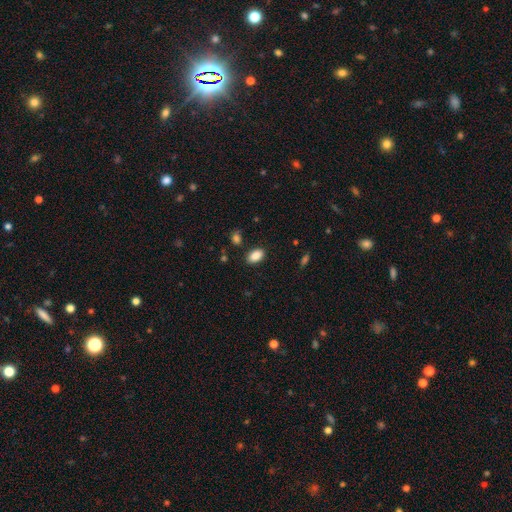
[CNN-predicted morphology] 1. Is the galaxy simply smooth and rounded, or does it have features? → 88% smooth, 8% star or artifact, 4% featured or disk.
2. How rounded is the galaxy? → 91% in between, 8% round, 2% cigar-shaped.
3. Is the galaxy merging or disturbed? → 85% none, 10% minor disturbance, 3% major disturbance, 2% merger.